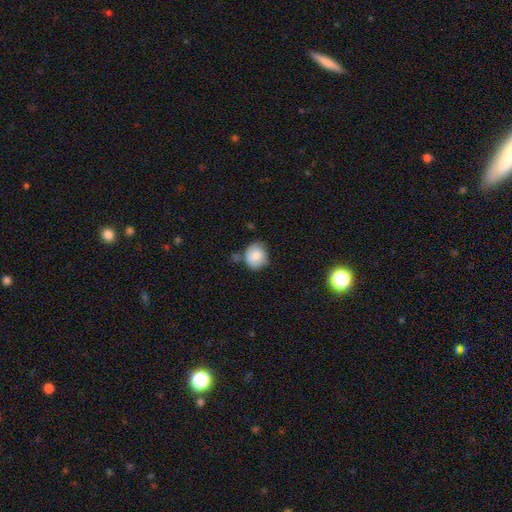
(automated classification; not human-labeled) A smooth galaxy with no disk features (79%) that is round (78%). Merging: none (62%).